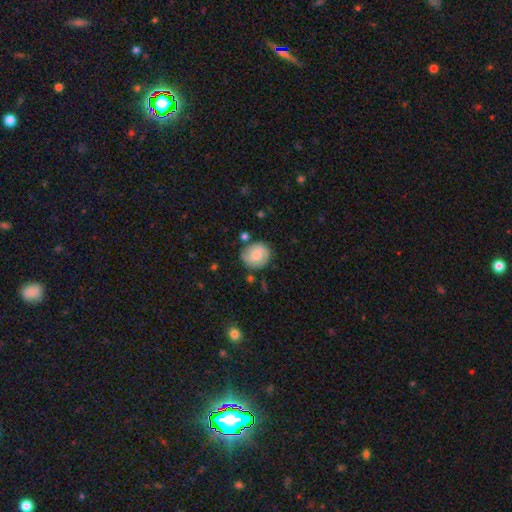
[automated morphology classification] This appears to be a smooth galaxy with no disk features (52%) that is round (74%). Merging: none (74%).